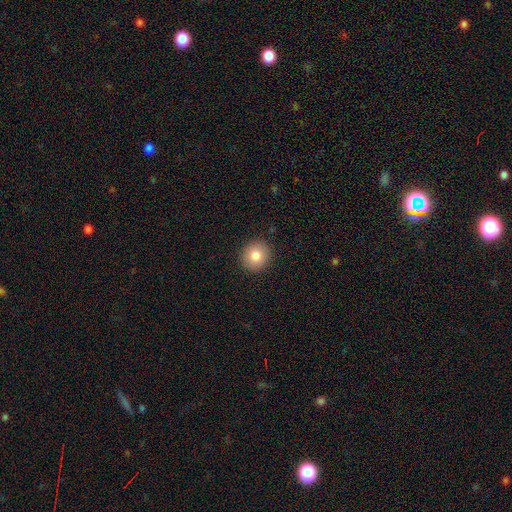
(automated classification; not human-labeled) smooth 83%, star or artifact 9%, featured or disk 8%. Down the decision tree: how rounded — round (89%); merging — none (91%).